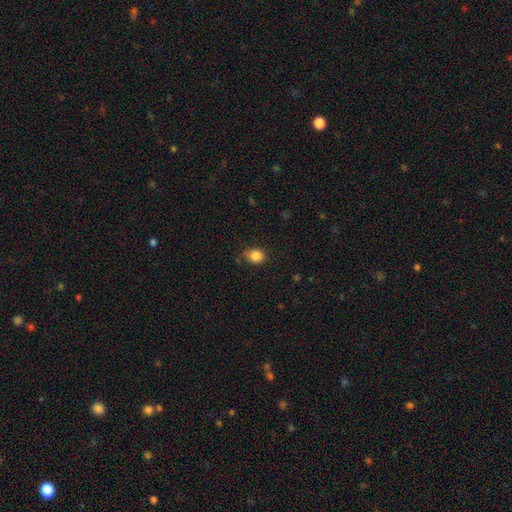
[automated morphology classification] A smooth galaxy with no disk features (86%) that is round (63%).

Vote fractions:
- Smooth or featured? smooth: 86% / star or artifact: 10% / featured or disk: 4%
- How rounded? round: 63% / in between: 36% / cigar-shaped: 1%
- Merging? none: 75% / minor disturbance: 20% / major disturbance: 4% / merger: 2%